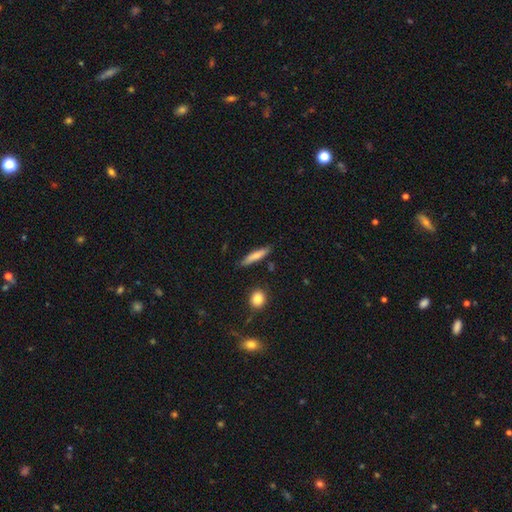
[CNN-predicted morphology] A smooth galaxy with no disk features (74%) that is cigar-shaped (87%). Merging: none (84%).